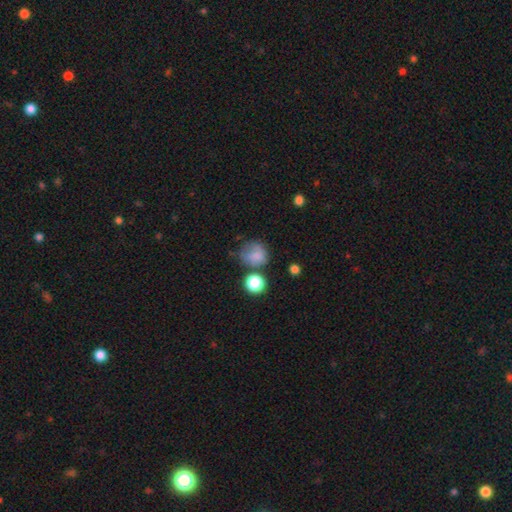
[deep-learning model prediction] Smooth or featured? smooth (77%)
How rounded? round (74%)
Merging? none (48%)